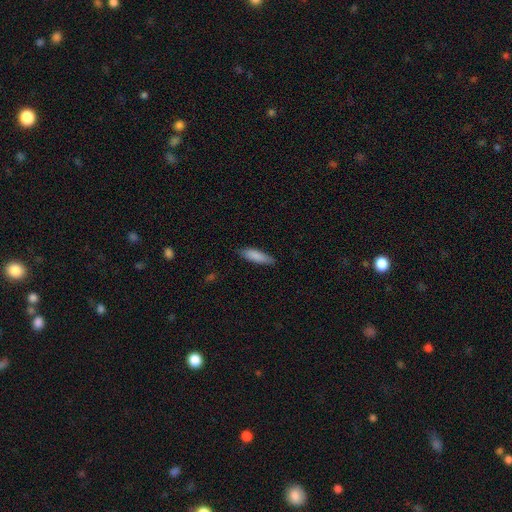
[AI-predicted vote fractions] Morphology: type=smooth (86%); roundness=cigar-shaped (60%); merging=none (83%).